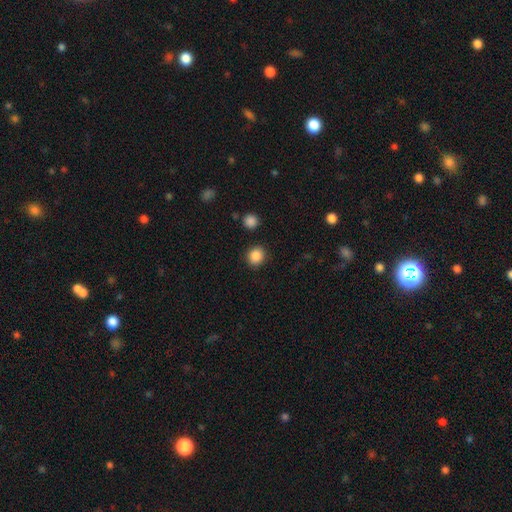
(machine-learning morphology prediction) Smooth or featured? smooth (88%)
How rounded? round (84%)
Merging? none (89%)